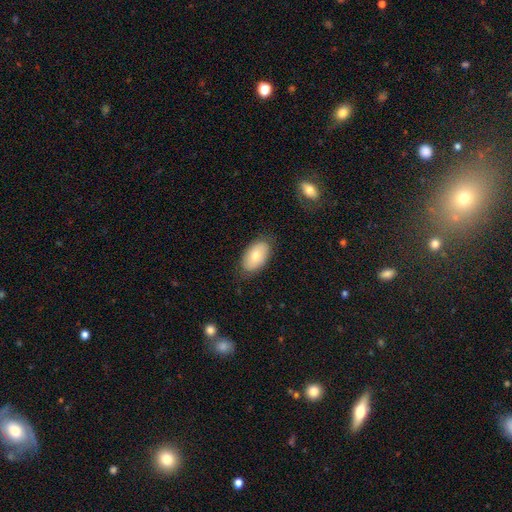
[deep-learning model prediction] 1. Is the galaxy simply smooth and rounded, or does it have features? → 72% smooth, 21% featured or disk, 6% star or artifact.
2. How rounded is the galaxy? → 94% in between, 4% round, 2% cigar-shaped.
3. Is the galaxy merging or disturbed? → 81% none, 15% minor disturbance, 3% major disturbance, 1% merger.